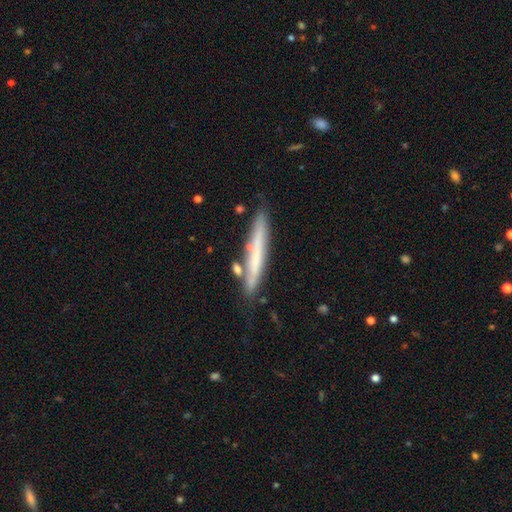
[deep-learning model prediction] Smooth or featured: smooth — 52% (featured or disk — 42%)
How rounded: cigar-shaped — 95% (in between — 4%)
Merging: none — 78% (minor disturbance — 14%)